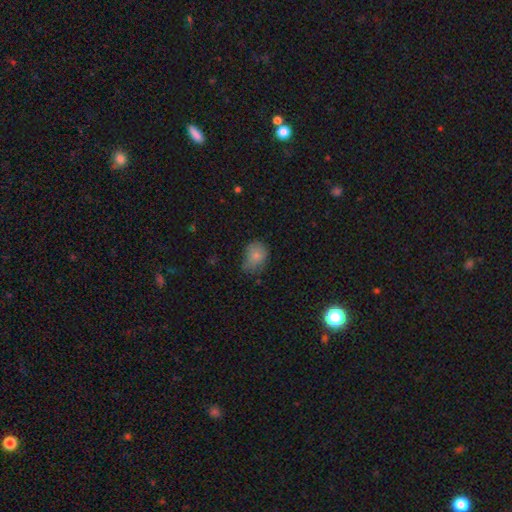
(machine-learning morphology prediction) smooth_or_featured: smooth (p=0.80) [alt: featured or disk p=0.10]
how_rounded: in between (p=0.58) [alt: round p=0.41]
merging: none (p=0.53) [alt: minor disturbance p=0.34]